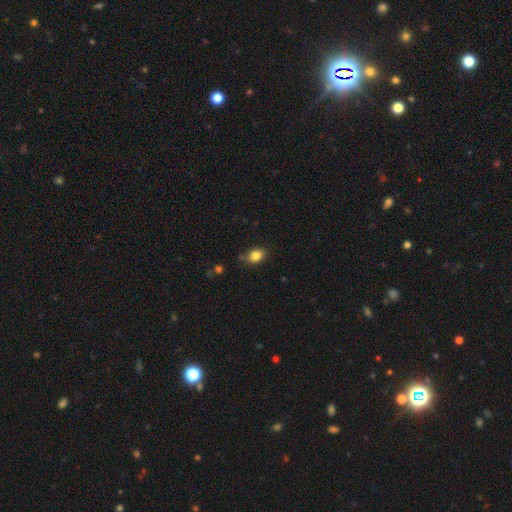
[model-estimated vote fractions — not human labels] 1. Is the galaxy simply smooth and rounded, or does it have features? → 84% smooth, 10% star or artifact, 6% featured or disk.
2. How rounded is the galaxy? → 61% in between, 37% round, 1% cigar-shaped.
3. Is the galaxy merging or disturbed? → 79% none, 15% minor disturbance, 3% merger, 3% major disturbance.